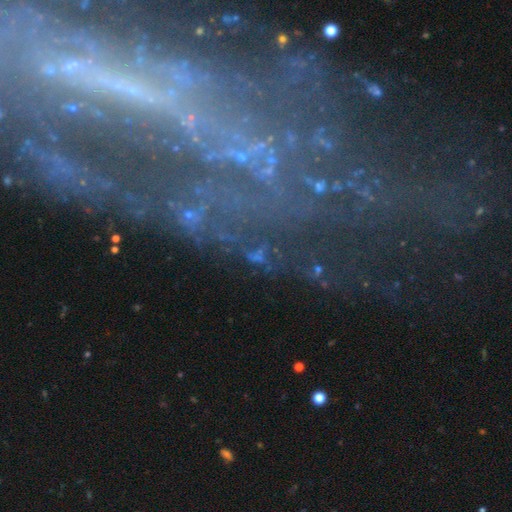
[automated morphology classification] This is possibly a featured or disk galaxy (56%). It is clearly not viewed edge-on (90%). Bar: possibly no (55%). Spiral arm pattern: likely yes (75%). Central bulge: possibly small (50%). Merging: likely none (67%).